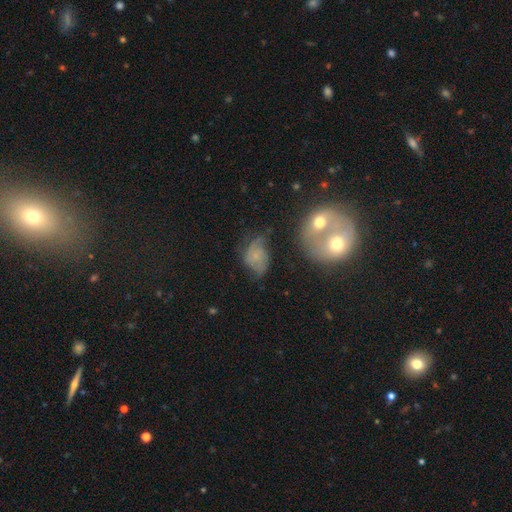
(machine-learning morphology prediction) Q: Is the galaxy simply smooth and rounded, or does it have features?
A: featured or disk — 52%.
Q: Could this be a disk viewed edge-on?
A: no — 97%.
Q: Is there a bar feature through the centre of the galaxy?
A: no — 76%.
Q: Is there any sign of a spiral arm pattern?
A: yes — 79%.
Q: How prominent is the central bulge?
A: small — 56%.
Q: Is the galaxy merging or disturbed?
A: none — 35%.